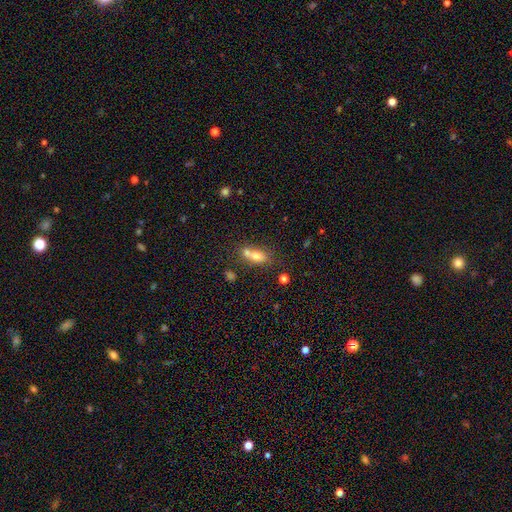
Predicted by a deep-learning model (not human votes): Smooth or featured: smooth — 68% (featured or disk — 18%)
How rounded: in between — 68% (round — 21%)
Merging: merger — 49% (none — 35%)